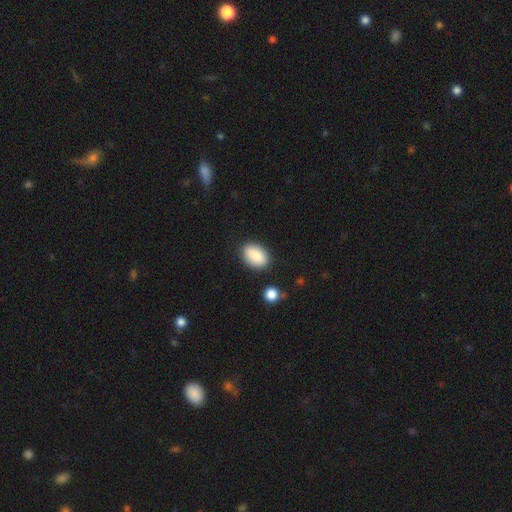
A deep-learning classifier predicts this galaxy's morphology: This is clearly a smooth galaxy (87%). How rounded: clearly in between (88%). Merging: clearly none (84%).